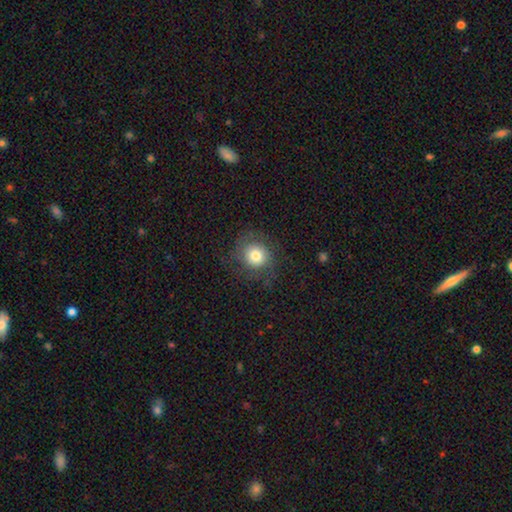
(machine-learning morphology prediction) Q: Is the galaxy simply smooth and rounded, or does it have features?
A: smooth — 73%.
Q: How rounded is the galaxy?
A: round — 88%.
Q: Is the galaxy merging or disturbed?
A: none — 75%.